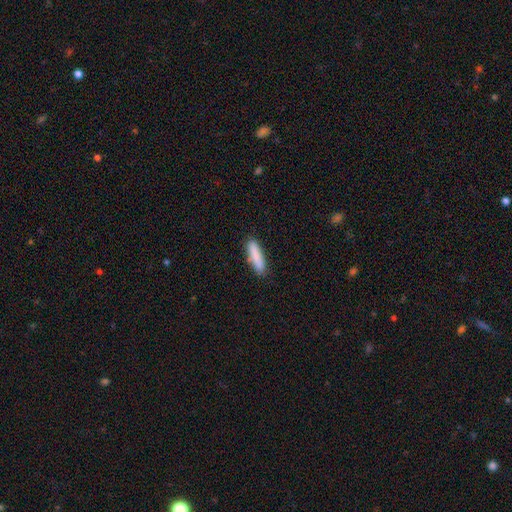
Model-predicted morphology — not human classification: type=smooth (85%); roundness=cigar-shaped (79%); merging=none (84%).